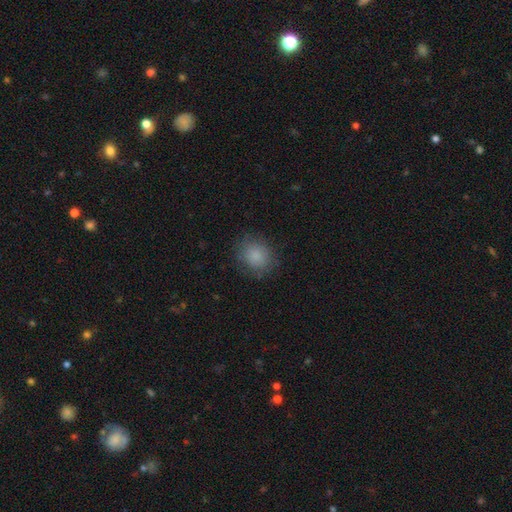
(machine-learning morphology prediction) type=smooth (85%); roundness=round (76%); merging=none (81%).